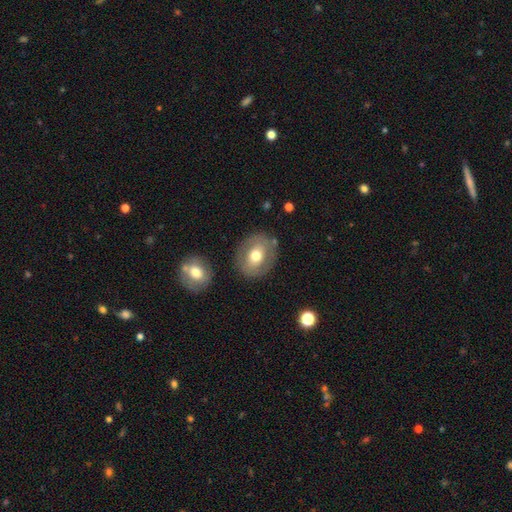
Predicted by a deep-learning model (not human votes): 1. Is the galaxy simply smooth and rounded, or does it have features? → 61% smooth, 32% featured or disk, 7% star or artifact.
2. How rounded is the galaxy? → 56% round, 43% in between, 1% cigar-shaped.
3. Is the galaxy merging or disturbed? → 81% none, 11% minor disturbance, 4% merger, 4% major disturbance.